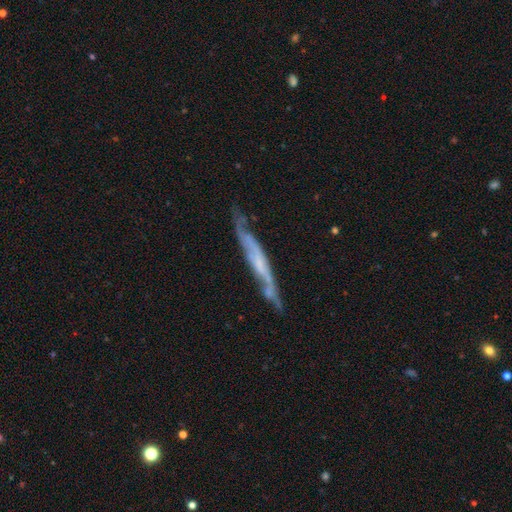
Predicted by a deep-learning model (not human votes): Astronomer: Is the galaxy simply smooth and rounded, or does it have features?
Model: featured or disk — 70%.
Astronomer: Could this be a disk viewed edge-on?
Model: yes — 78%.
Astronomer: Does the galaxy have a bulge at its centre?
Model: none — 66%.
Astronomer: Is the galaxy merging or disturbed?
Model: none — 67%.